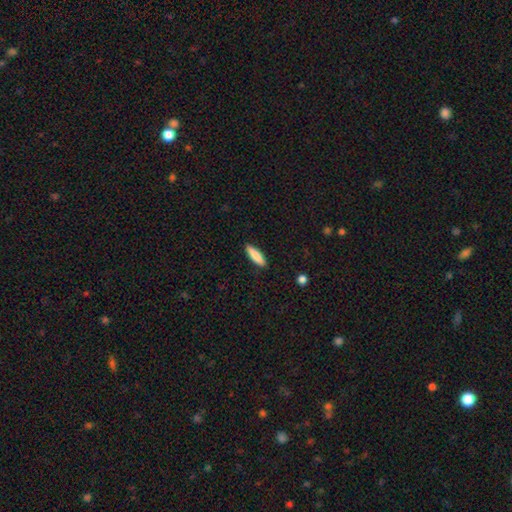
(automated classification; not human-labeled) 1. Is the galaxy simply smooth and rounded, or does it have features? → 86% smooth, 9% featured or disk, 6% star or artifact.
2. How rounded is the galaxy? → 65% cigar-shaped, 34% in between, 2% round.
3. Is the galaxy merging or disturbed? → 89% none, 8% minor disturbance, 2% major disturbance, 1% merger.